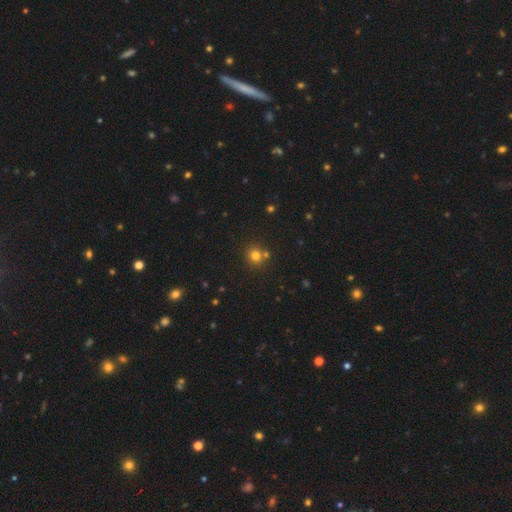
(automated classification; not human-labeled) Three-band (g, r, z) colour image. It shows a smooth galaxy with no disk features (74%) that is round (87%). Merging: none (70%).